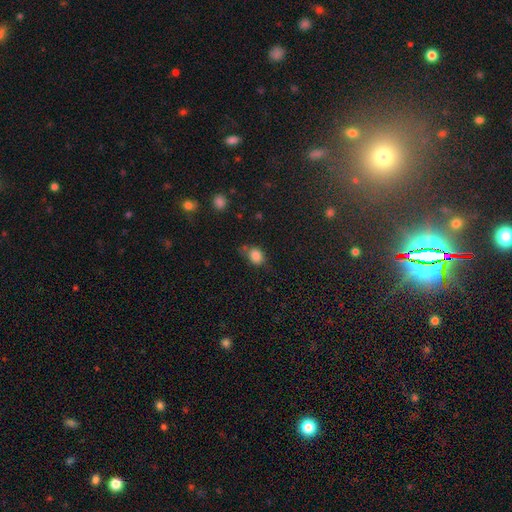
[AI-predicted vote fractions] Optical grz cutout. It shows a smooth galaxy with no disk features (83%) that is in between round and cigar-shaped (58%). Merging: none (54%).